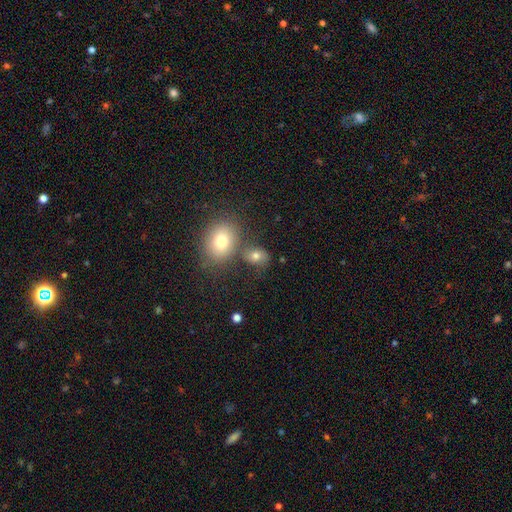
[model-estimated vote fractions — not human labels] This is likely a smooth galaxy (72%). How rounded: possibly in between (57%). Merging: possibly none (57%).